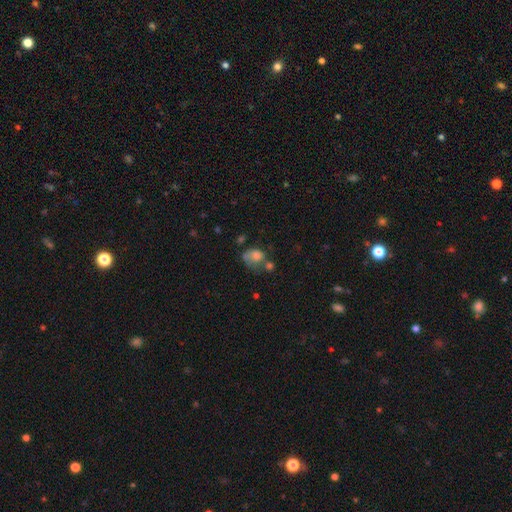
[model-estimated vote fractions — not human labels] The model was most divided on "merging": major disturbance: 27%, merger: 26%, none: 26%, minor disturbance: 20%. More confident: smooth or featured — smooth (66%); how rounded — in between (51%).